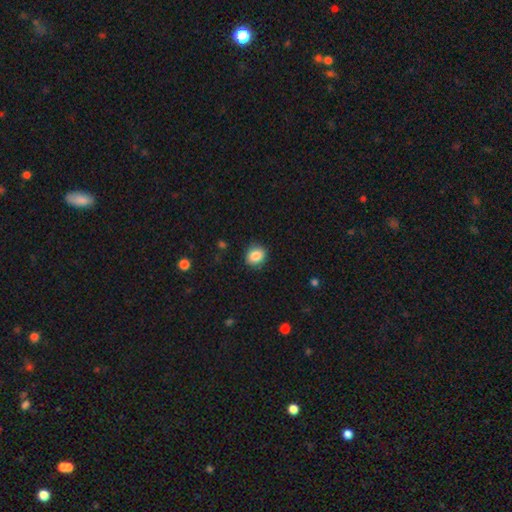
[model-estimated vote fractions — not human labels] smooth-or-featured: smooth: 86% | star or artifact: 9% | featured or disk: 5%
  how-rounded: round: 66% | in between: 33% | cigar-shaped: 1%
  merging: none: 87% | minor disturbance: 9% | major disturbance: 2% | merger: 1%